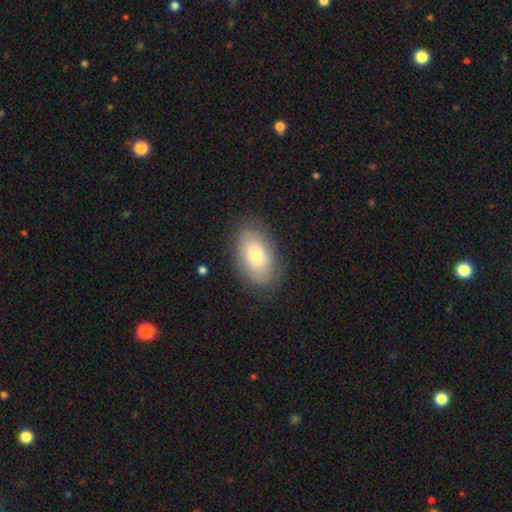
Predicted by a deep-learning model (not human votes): A smooth galaxy with no disk features (75%) that is in between round and cigar-shaped (92%). Merging: none (82%).